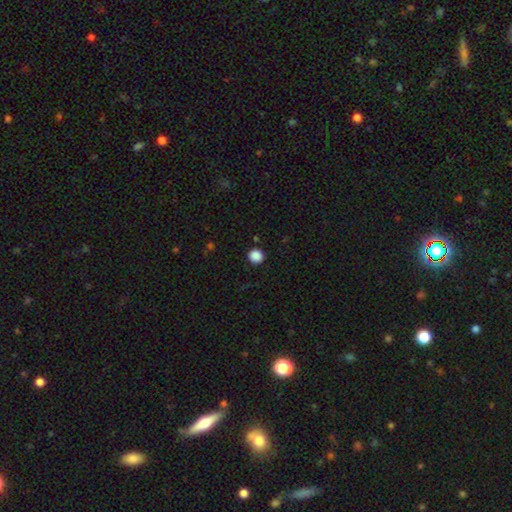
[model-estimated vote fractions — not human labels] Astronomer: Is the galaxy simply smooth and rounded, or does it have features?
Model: smooth — 88%.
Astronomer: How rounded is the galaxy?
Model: round — 93%.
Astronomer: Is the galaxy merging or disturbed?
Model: none — 92%.